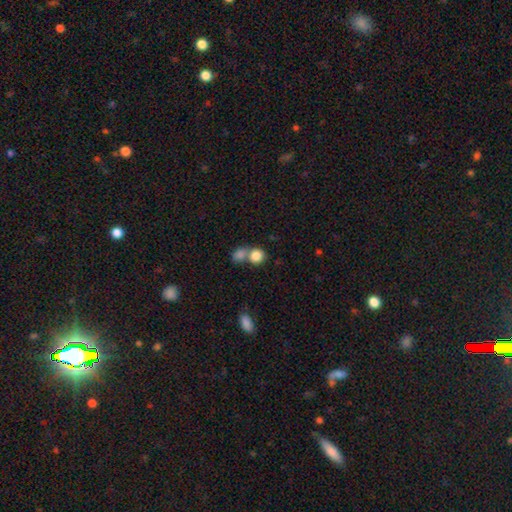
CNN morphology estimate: smooth_or_featured: smooth (p=0.84) [alt: star or artifact p=0.09]
how_rounded: round (p=0.77) [alt: in between p=0.22]
merging: merger (p=0.49) [alt: none p=0.40]